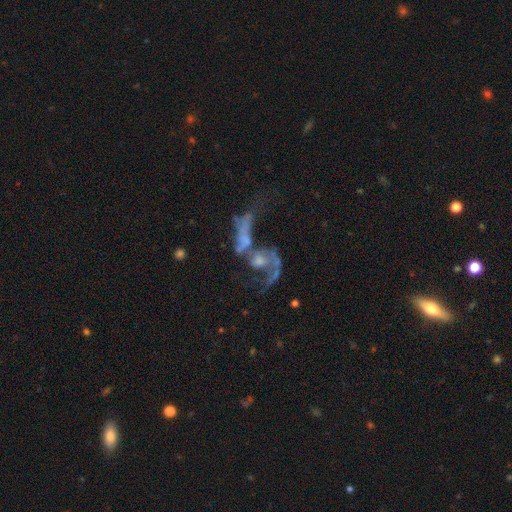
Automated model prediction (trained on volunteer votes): smooth_or_featured: featured or disk (p=0.74) [alt: star or artifact p=0.14]
disk_edge_on: no (p=0.94) [alt: yes p=0.06]
bar: no (p=0.60) [alt: weak p=0.30]
has_spiral_arms: yes (p=0.80) [alt: no p=0.20]
spiral_winding: loose (p=0.73) [alt: medium p=0.20]
spiral_arm_count: 2 (p=0.67) [alt: 1 p=0.20]
bulge_size: small (p=0.39) [alt: moderate p=0.34]
merging: merger (p=0.51) [alt: none p=0.22]